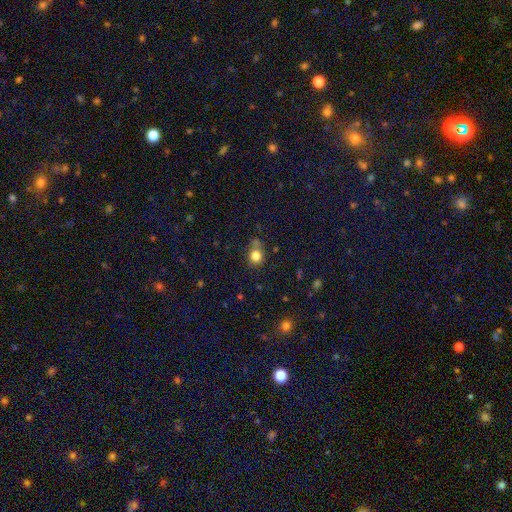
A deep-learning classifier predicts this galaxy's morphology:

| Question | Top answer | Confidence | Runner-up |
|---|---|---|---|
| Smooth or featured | smooth | 81% | star or artifact (12%) |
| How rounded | round | 79% | in between (20%) |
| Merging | none | 64% | minor disturbance (18%) |